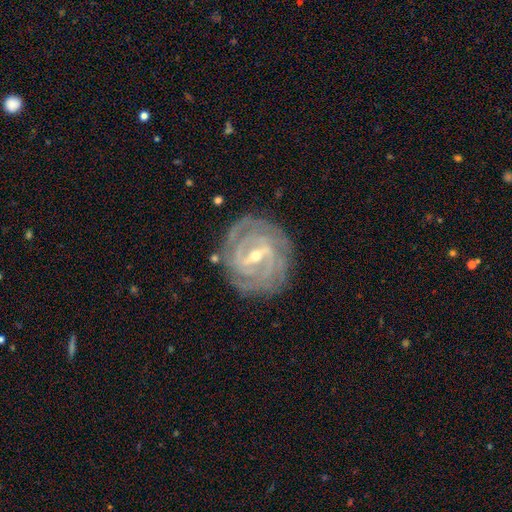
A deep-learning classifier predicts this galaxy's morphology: smooth_or_featured: featured or disk (p=0.91) [alt: star or artifact p=0.05]
disk_edge_on: no (p=0.96) [alt: yes p=0.04]
bar: strong (p=0.55) [alt: weak p=0.36]
has_spiral_arms: yes (p=0.97) [alt: no p=0.03]
spiral_winding: tight (p=0.77) [alt: medium p=0.20]
spiral_arm_count: 3 (p=0.24) [alt: 2 p=0.23]
bulge_size: small (p=0.57) [alt: moderate p=0.41]
merging: none (p=0.82) [alt: minor disturbance p=0.12]